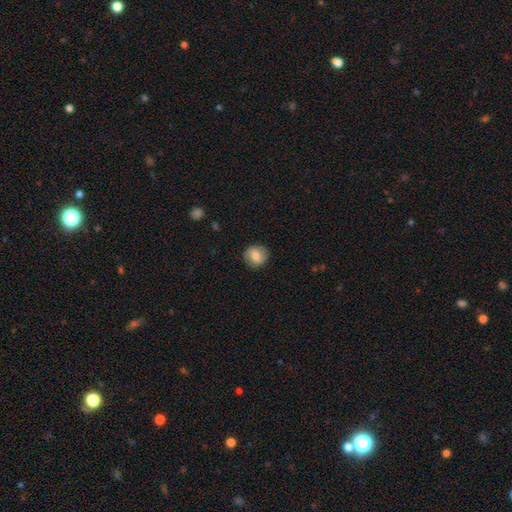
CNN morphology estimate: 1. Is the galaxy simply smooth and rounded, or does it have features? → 73% smooth, 19% featured or disk, 8% star or artifact.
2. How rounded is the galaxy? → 86% round, 13% in between, 1% cigar-shaped.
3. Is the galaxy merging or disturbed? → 86% none, 10% minor disturbance, 3% major disturbance, 1% merger.